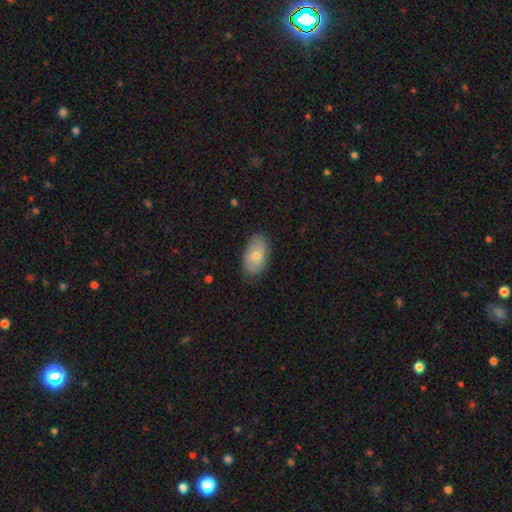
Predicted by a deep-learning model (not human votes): Smooth or featured? Predicted: smooth (p=0.72). How rounded? Predicted: in between (p=0.93). Merging? Predicted: none (p=0.84).